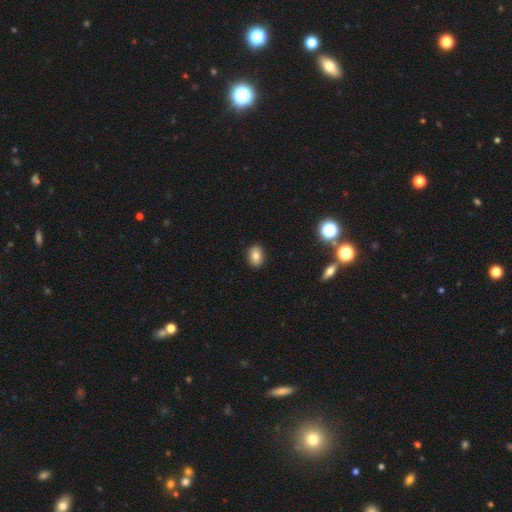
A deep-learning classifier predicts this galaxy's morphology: This is likely a smooth galaxy (80%). How rounded: likely in between (74%). Merging: clearly none (90%).